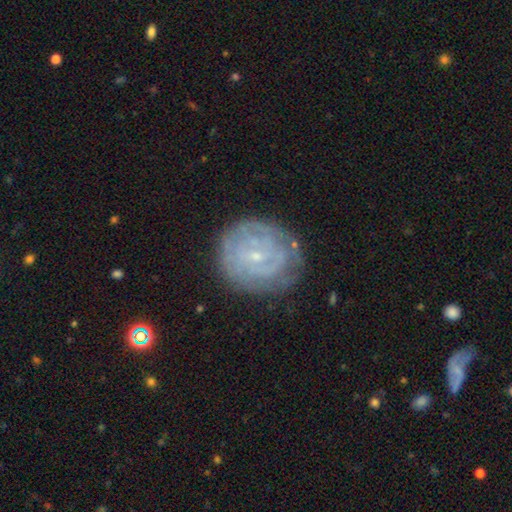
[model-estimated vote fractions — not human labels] Smooth or featured?
  - featured or disk: 78% *
  - smooth: 15%
  - star or artifact: 7%
Edge-on disk?
  - no: 98% *
  - yes: 2%
Bar?
  - no: 58% *
  - weak: 34%
  - strong: 8%
Spiral arms?
  - yes: 90% *
  - no: 10%
Spiral winding?
  - tight: 79% *
  - medium: 17%
  - loose: 4%
Spiral arm count?
  - can't tell: 44% *
  - 2: 19%
  - 3: 14%
  - 4: 11%
  - more than 4: 6%
  - 1: 6%
Bulge size?
  - small: 85% *
  - moderate: 10%
  - none: 3%
  - large: 1%
  - dominant: 1%
Merging?
  - none: 76% *
  - minor disturbance: 17%
  - major disturbance: 6%
  - merger: 1%